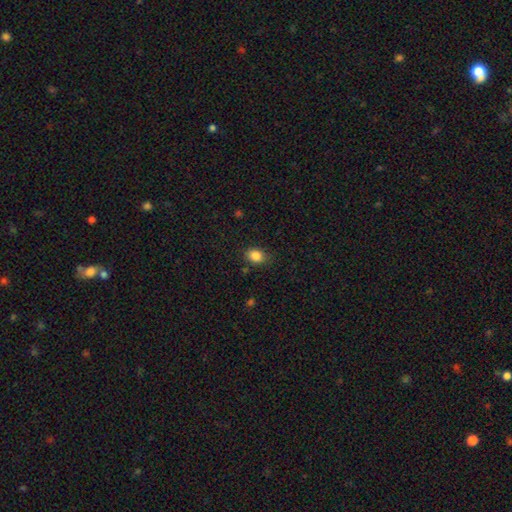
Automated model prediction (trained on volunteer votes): smooth_or_featured: smooth (p=0.85) [alt: star or artifact p=0.10]
how_rounded: in between (p=0.62) [alt: round p=0.37]
merging: none (p=0.81) [alt: minor disturbance p=0.14]